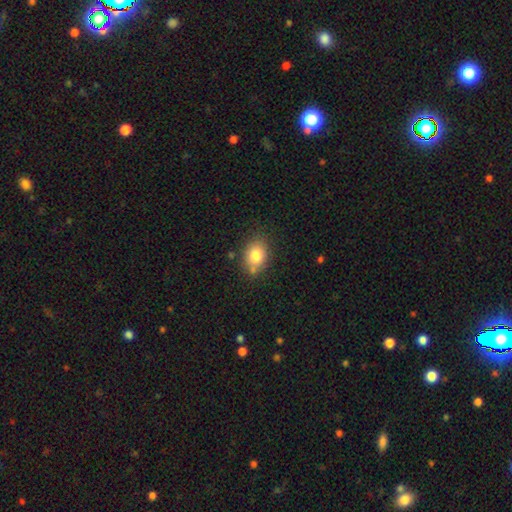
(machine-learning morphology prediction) The model was most divided on "how rounded": in between: 64%, round: 35%, cigar-shaped: 1%. More confident: smooth or featured — smooth (80%); merging — none (73%).